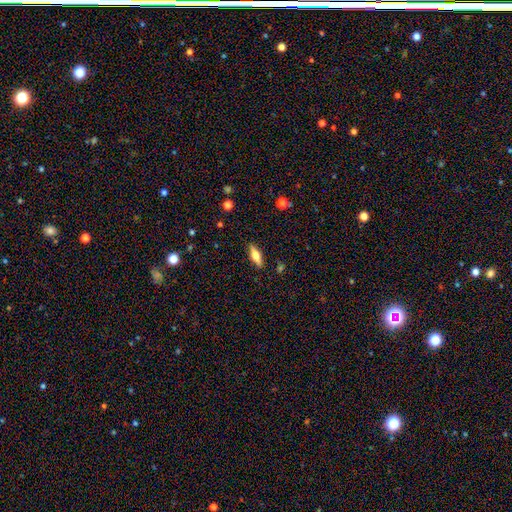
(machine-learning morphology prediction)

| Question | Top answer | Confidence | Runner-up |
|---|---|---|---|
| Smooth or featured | smooth | 49% | featured or disk (44%) |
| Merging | none | 88% | minor disturbance (8%) |